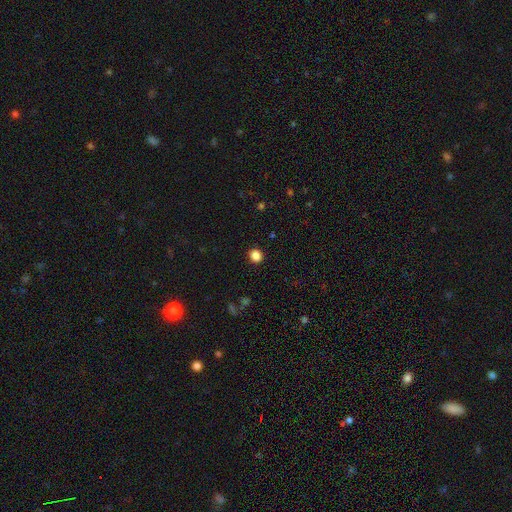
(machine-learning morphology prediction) Smooth or featured? Predicted: smooth (p=0.85). How rounded? Predicted: round (p=0.88). Merging? Predicted: none (p=0.92).